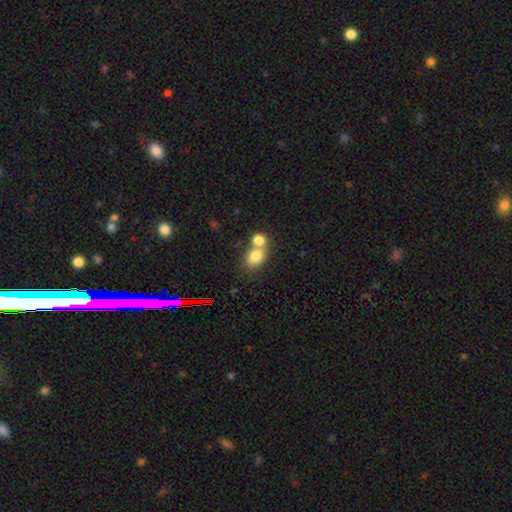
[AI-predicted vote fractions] A smooth galaxy with no disk features (80%) that is in between round and cigar-shaped (57%). Merging: merger (50%).